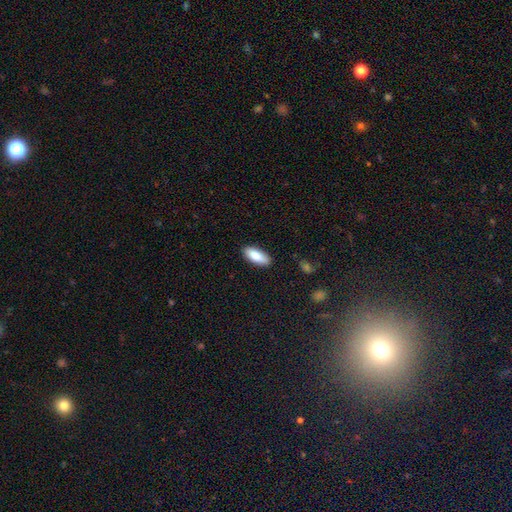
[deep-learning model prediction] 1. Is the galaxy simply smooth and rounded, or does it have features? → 88% smooth, 6% featured or disk, 6% star or artifact.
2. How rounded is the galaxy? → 80% in between, 18% cigar-shaped, 2% round.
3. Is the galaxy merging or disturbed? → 87% none, 10% minor disturbance, 2% major disturbance, 1% merger.